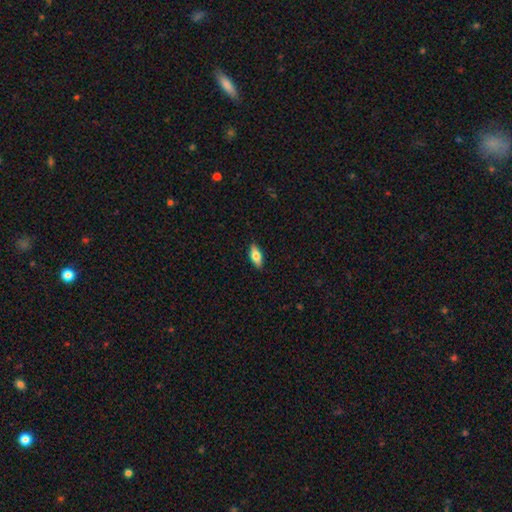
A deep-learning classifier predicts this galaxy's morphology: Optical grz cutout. It shows a smooth galaxy with no disk features (67%) that is in between round and cigar-shaped (76%). Merging: none (87%).